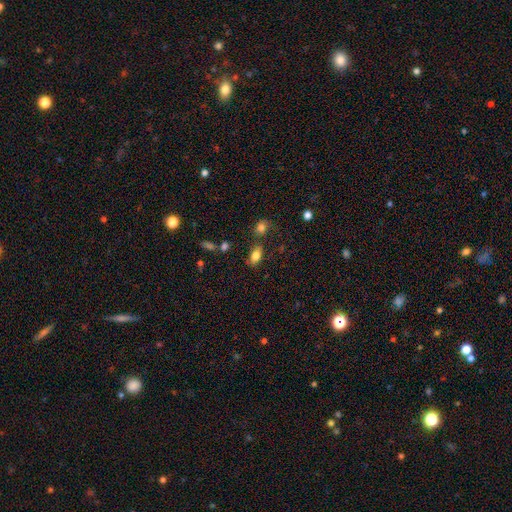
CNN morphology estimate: Overall: smooth (80%). How rounded: in between (87%). Merging: none (72%).